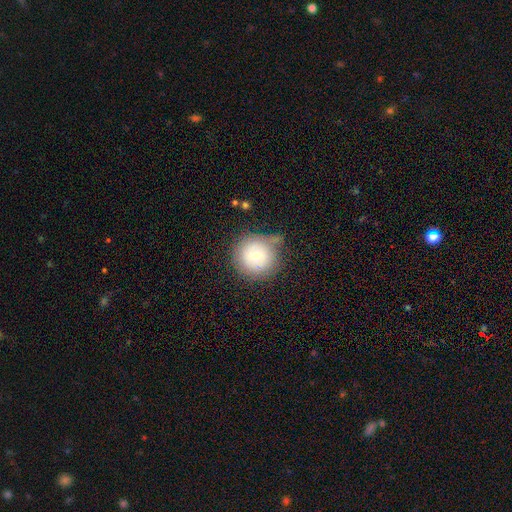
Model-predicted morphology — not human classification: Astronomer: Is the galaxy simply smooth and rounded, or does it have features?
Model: smooth — 62%.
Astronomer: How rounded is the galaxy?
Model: round — 93%.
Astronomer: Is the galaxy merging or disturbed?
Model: none — 58%.